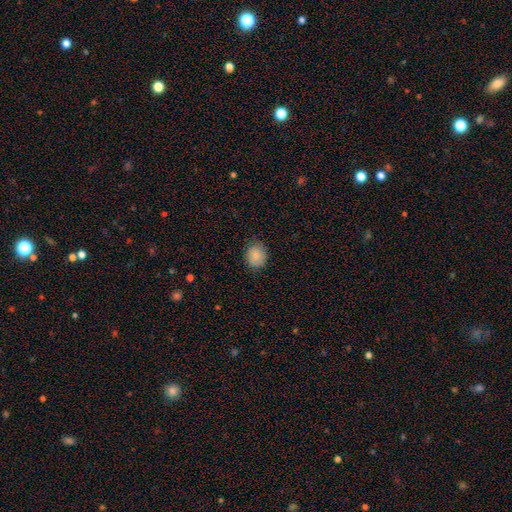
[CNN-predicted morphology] This appears to be a smooth galaxy with no disk features (84%) that is round (59%). Merging: none (81%).